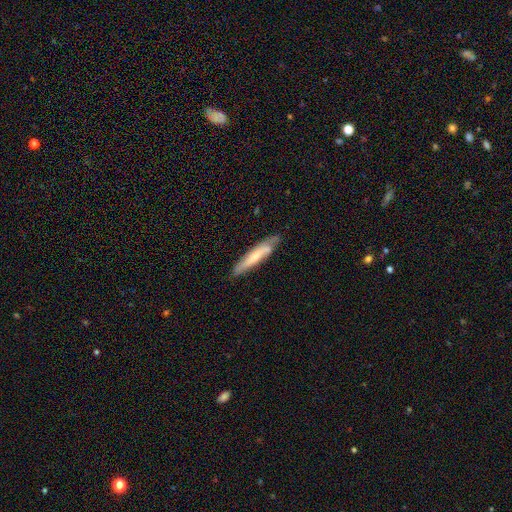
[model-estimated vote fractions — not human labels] A smooth galaxy with no disk features (52%) that is cigar-shaped (87%). Merging: none (72%).